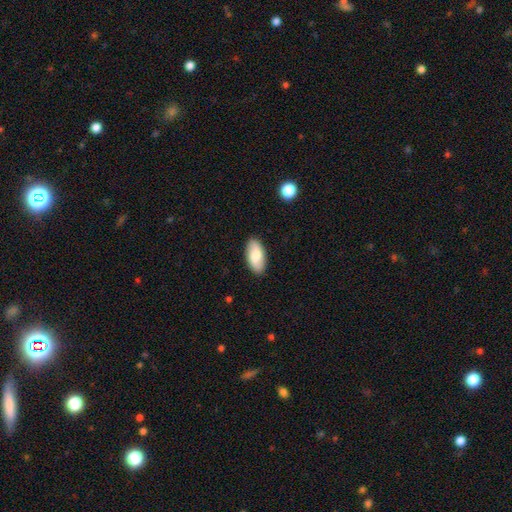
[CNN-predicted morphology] This appears to be a smooth galaxy with no disk features (74%) that is in between round and cigar-shaped (92%). Merging: none (88%).